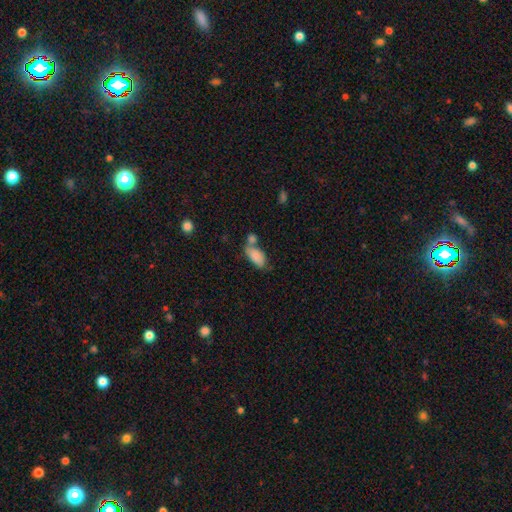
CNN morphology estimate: Smooth or featured?
  - smooth: 83% *
  - featured or disk: 10%
  - star or artifact: 7%
How rounded?
  - in between: 92% *
  - cigar-shaped: 5%
  - round: 4%
Merging?
  - merger: 40% *
  - none: 36%
  - minor disturbance: 17%
  - major disturbance: 7%